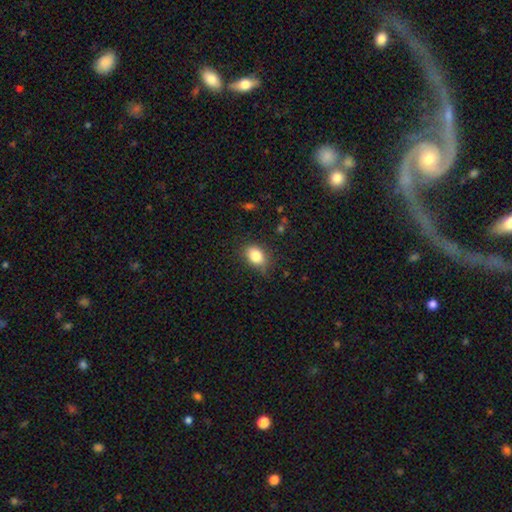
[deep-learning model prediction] Morphology: type=smooth (84%); roundness=in between (77%); merging=none (76%).